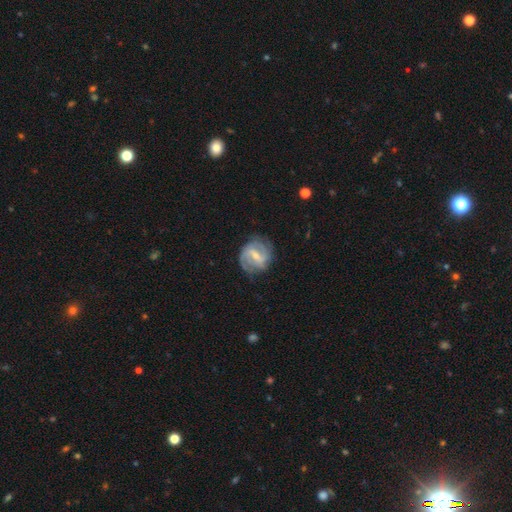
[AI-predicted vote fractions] Smooth or featured? featured or disk (82%)
Edge-on disk? no (97%)
Bar? weak (48%)
Spiral arms? yes (92%)
Spiral winding? medium (44%)
Spiral arm count? 2 (64%)
Bulge size? small (52%)
Merging? none (73%)